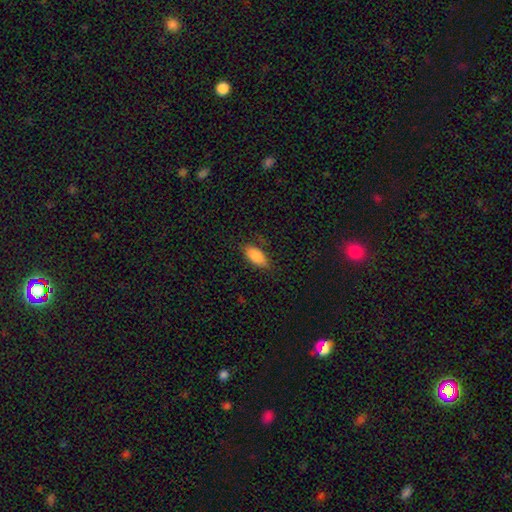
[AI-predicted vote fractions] This is clearly a smooth galaxy (86%). How rounded: clearly in between (89%). Merging: likely none (80%).